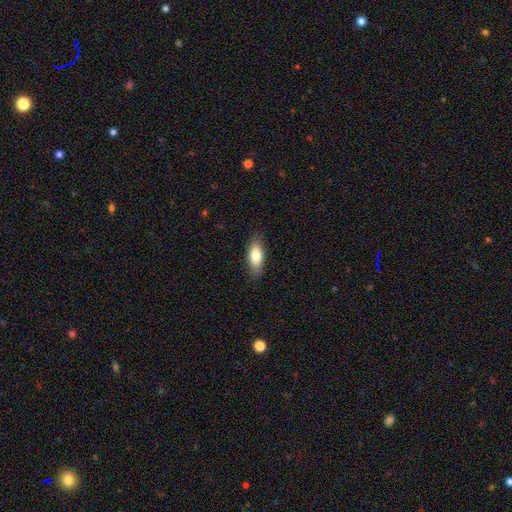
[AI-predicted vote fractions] Overall: smooth (79%). How rounded: in between (79%). Merging: none (84%).